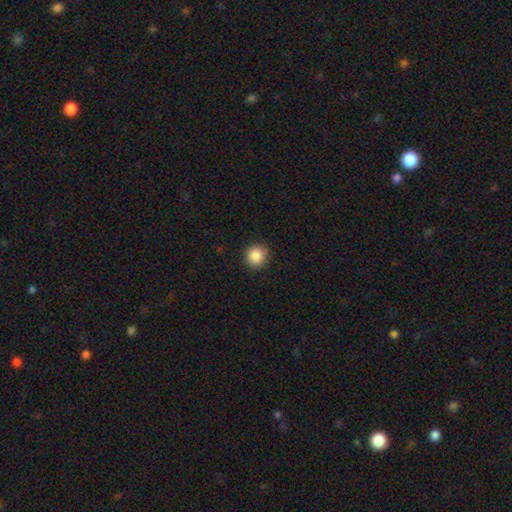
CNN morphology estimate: Smooth or featured? Predicted: smooth (p=0.87). How rounded? Predicted: round (p=0.90). Merging? Predicted: none (p=0.88).